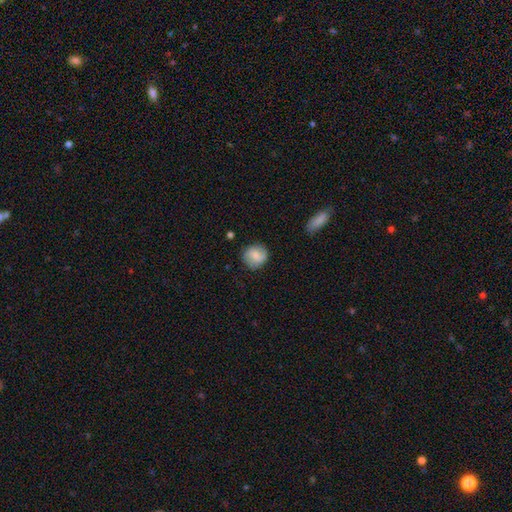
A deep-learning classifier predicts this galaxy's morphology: type=smooth (73%); roundness=round (84%); merging=none (80%).